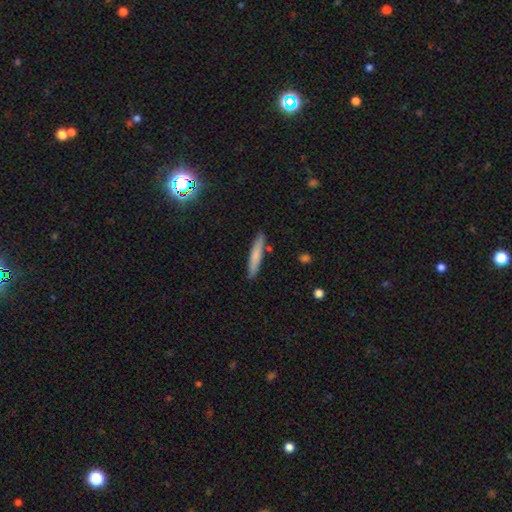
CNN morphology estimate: A smooth galaxy with no disk features (72%) that is cigar-shaped (91%).

Vote fractions:
- Smooth or featured? smooth: 72% / featured or disk: 21% / star or artifact: 7%
- How rounded? cigar-shaped: 91% / in between: 7% / round: 1%
- Merging? none: 86% / minor disturbance: 9% / merger: 3% / major disturbance: 2%